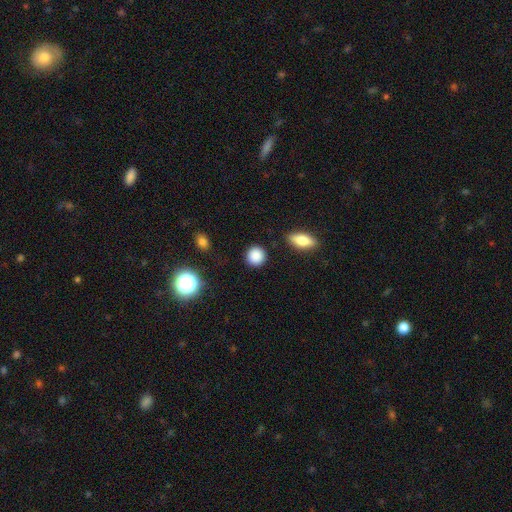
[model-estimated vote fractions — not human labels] Smooth or featured? smooth (87%)
How rounded? round (90%)
Merging? none (89%)